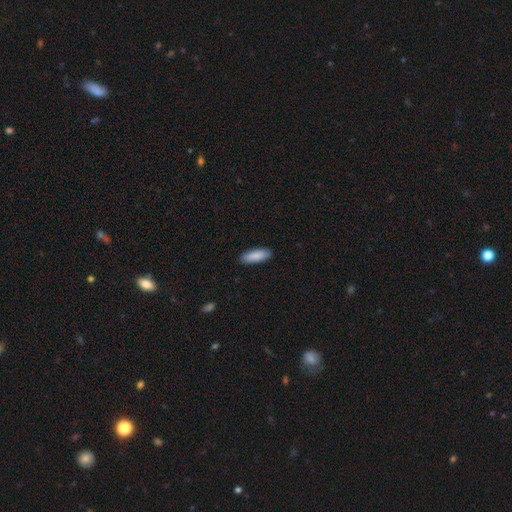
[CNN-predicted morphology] Overall: smooth (89%). How rounded: in between (59%; cigar-shaped 39%). Merging: none (90%).